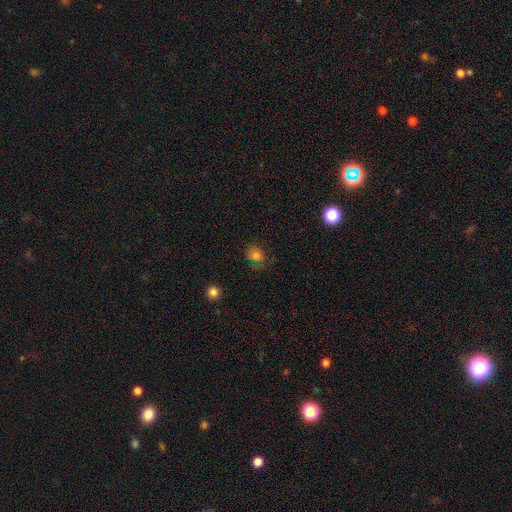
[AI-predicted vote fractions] Smooth or featured?
  - smooth: 71% *
  - star or artifact: 17%
  - featured or disk: 12%
How rounded?
  - round: 62% *
  - in between: 37%
  - cigar-shaped: 1%
Merging?
  - none: 70% *
  - minor disturbance: 20%
  - major disturbance: 8%
  - merger: 2%